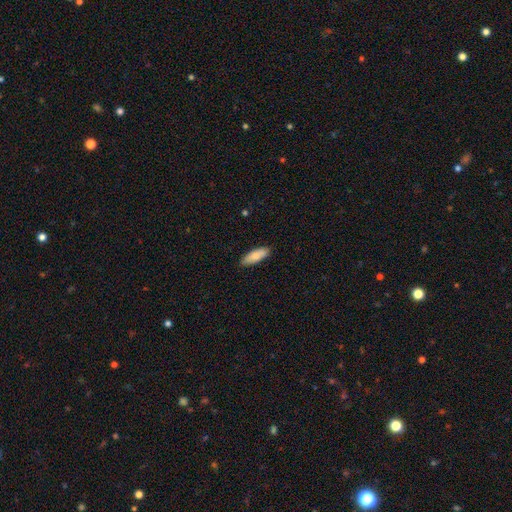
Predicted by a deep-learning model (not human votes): Smooth or featured: smooth — 83% (featured or disk — 12%)
How rounded: in between — 59% (cigar-shaped — 39%)
Merging: none — 87% (minor disturbance — 10%)